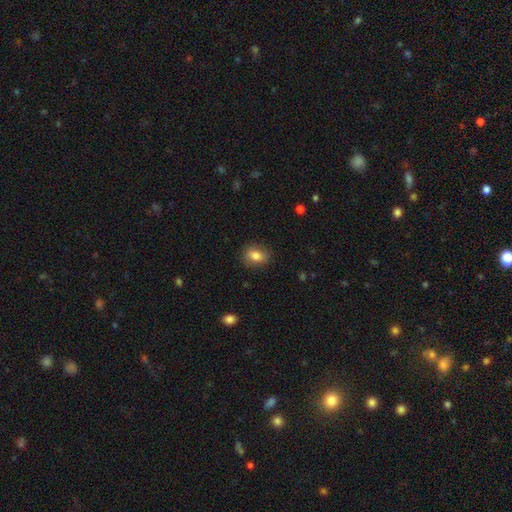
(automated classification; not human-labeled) Smooth or featured? Predicted: smooth (p=0.80). How rounded? Predicted: in between (p=0.64). Merging? Predicted: none (p=0.82).